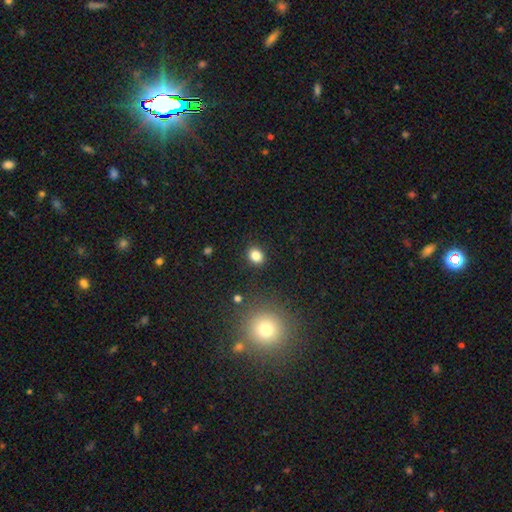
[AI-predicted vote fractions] A smooth galaxy with no disk features (83%) that is round (58%).

Vote fractions:
- Smooth or featured? smooth: 83% / star or artifact: 12% / featured or disk: 5%
- How rounded? round: 58% / in between: 41% / cigar-shaped: 1%
- Merging? none: 89% / minor disturbance: 7% / major disturbance: 2% / merger: 2%